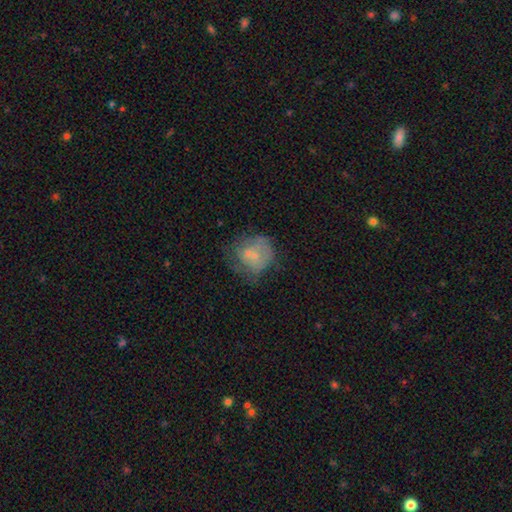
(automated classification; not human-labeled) Smooth or featured: smooth — 48% (featured or disk — 41%)
Merging: none — 46% (minor disturbance — 27%)